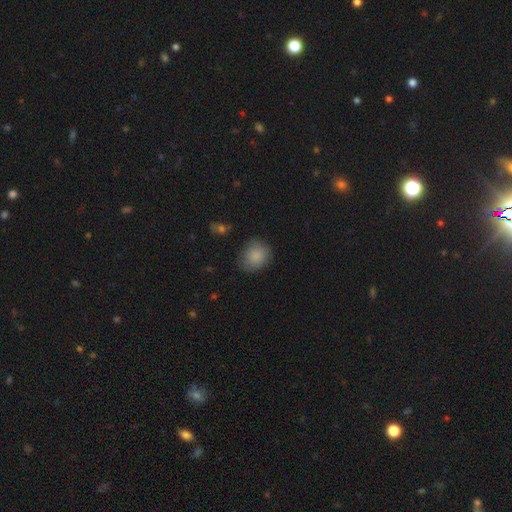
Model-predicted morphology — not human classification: This is clearly a smooth galaxy (86%). How rounded: likely round (66%). Merging: likely none (77%).